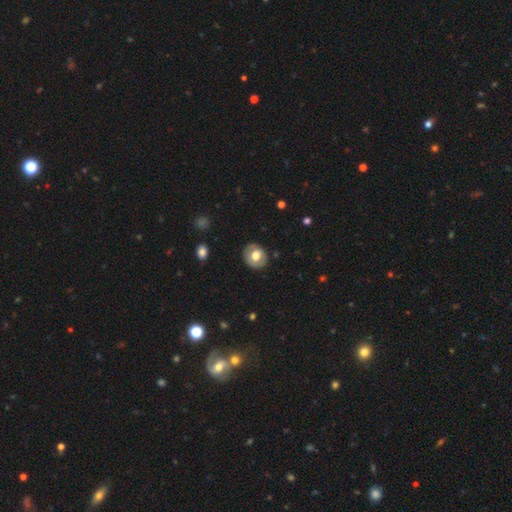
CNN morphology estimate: Smooth or featured: smooth — 62% (featured or disk — 31%)
How rounded: round — 70% (in between — 30%)
Merging: none — 84% (minor disturbance — 12%)